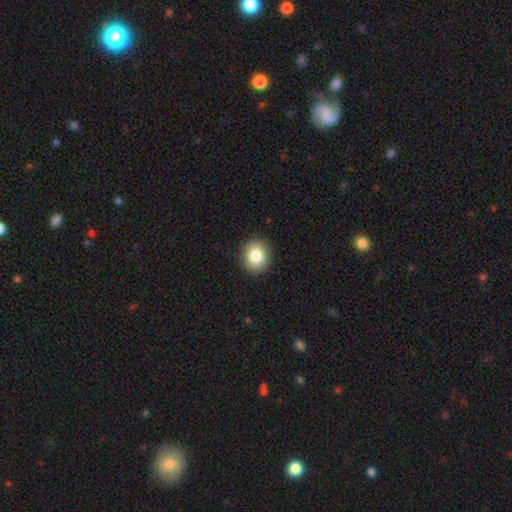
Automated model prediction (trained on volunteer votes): A smooth galaxy with no disk features (84%) that is round (77%). Merging: none (91%).